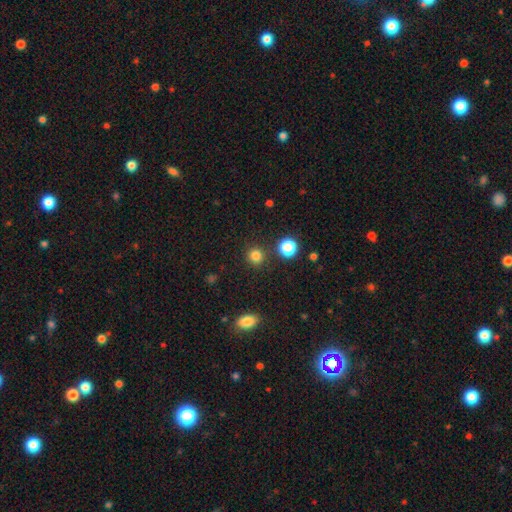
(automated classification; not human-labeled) smooth-or-featured: smooth: 82% | star or artifact: 14% | featured or disk: 4%
  how-rounded: round: 90% | in between: 9% | cigar-shaped: 1%
  merging: none: 87% | minor disturbance: 7% | merger: 4% | major disturbance: 3%